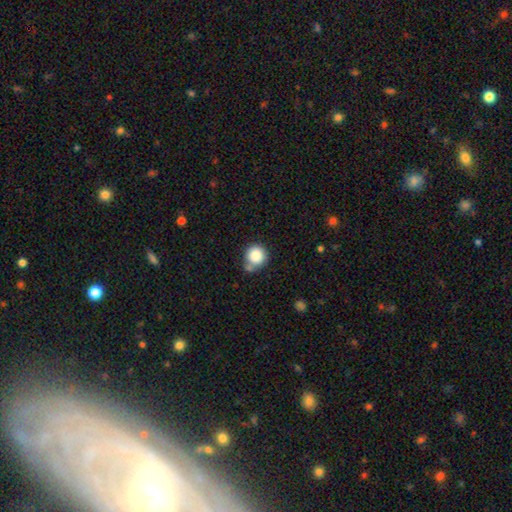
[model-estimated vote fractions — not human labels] Smooth or featured: smooth — 85% (star or artifact — 9%)
How rounded: round — 92% (in between — 7%)
Merging: none — 63% (merger — 16%)